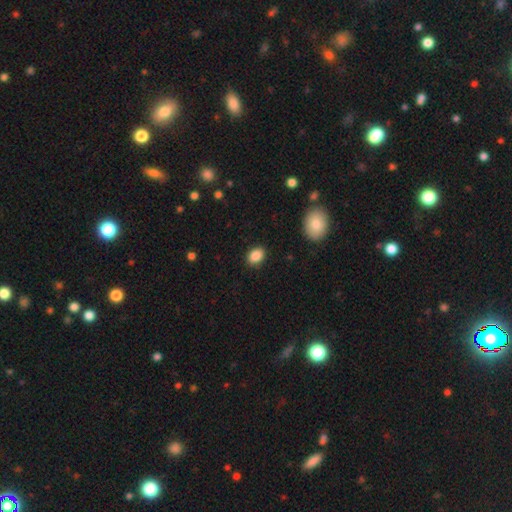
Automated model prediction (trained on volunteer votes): A smooth galaxy with no disk features (88%) that is in between round and cigar-shaped (70%).

Vote fractions:
- Smooth or featured? smooth: 88% / star or artifact: 9% / featured or disk: 4%
- How rounded? in between: 70% / round: 29% / cigar-shaped: 1%
- Merging? none: 89% / minor disturbance: 8% / major disturbance: 2% / merger: 1%